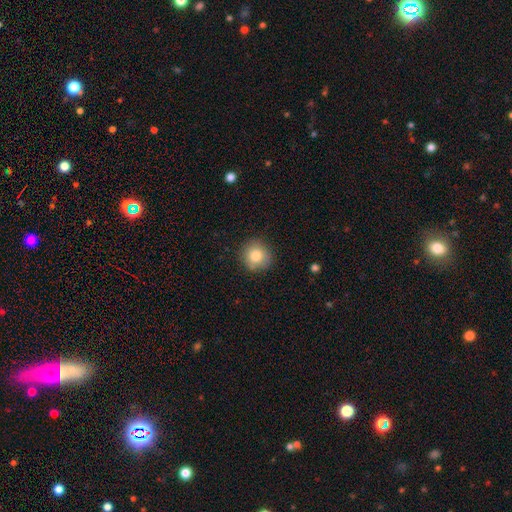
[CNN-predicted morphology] This appears to be a smooth galaxy with no disk features (83%) that is round (92%). Merging: none (86%).